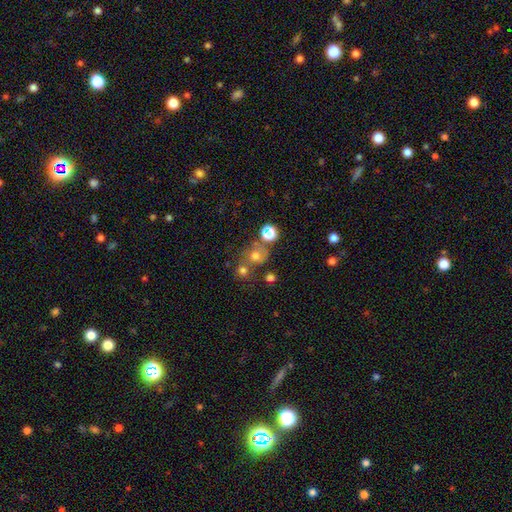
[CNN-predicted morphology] Q: Smooth or featured?
A: smooth (56%); runner-up: star or artifact (29%)
Q: How rounded?
A: round (83%); runner-up: in between (16%)
Q: Merging?
A: none (58%); runner-up: merger (27%)